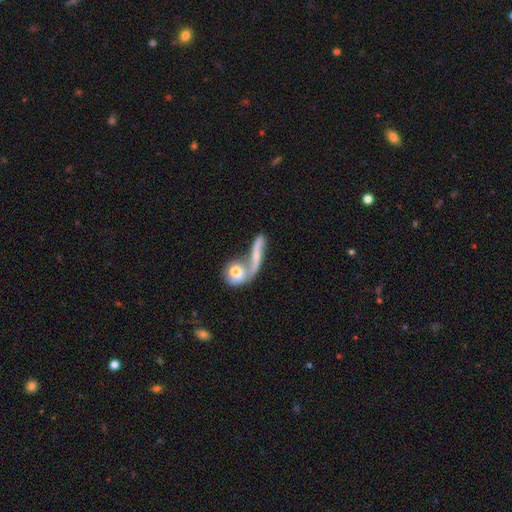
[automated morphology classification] This is marginally a smooth galaxy (42%). Merging: possibly merger (51%).